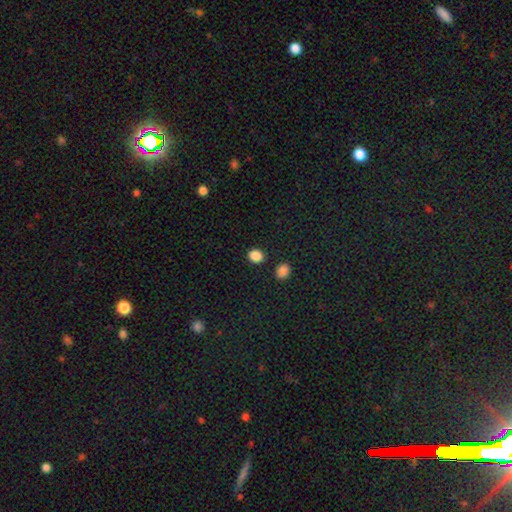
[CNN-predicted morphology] Smooth or featured? smooth (87%)
How rounded? round (61%)
Merging? none (86%)